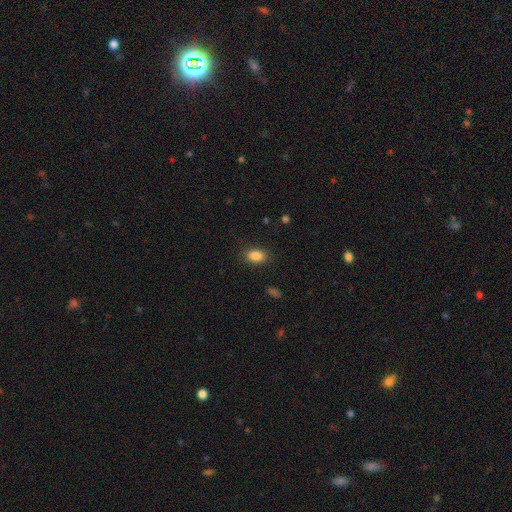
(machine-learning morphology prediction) smooth 86%, star or artifact 9%, featured or disk 5%. Down the decision tree: how rounded — in between (83%); merging — none (86%).